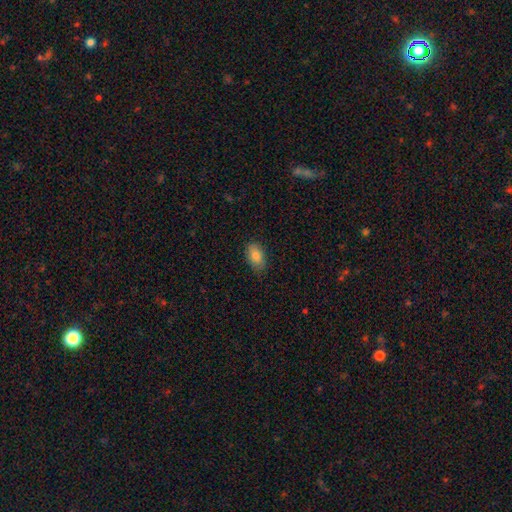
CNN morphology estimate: Smooth or featured?
  - smooth: 84% *
  - featured or disk: 9%
  - star or artifact: 7%
How rounded?
  - in between: 91% *
  - round: 7%
  - cigar-shaped: 2%
Merging?
  - none: 84% *
  - minor disturbance: 12%
  - major disturbance: 2%
  - merger: 1%